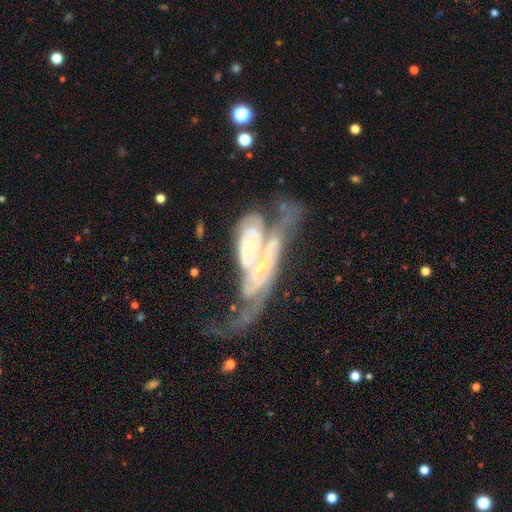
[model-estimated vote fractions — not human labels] featured or disk 82%, smooth 11%, star or artifact 6%. Down the decision tree: edge-on disk — no (89%); bar — no (62%); spiral arms — yes (83%); spiral arm count — 2 (53%); spiral winding — tight (41%); bulge size — small (68%); merging — merger (57%).